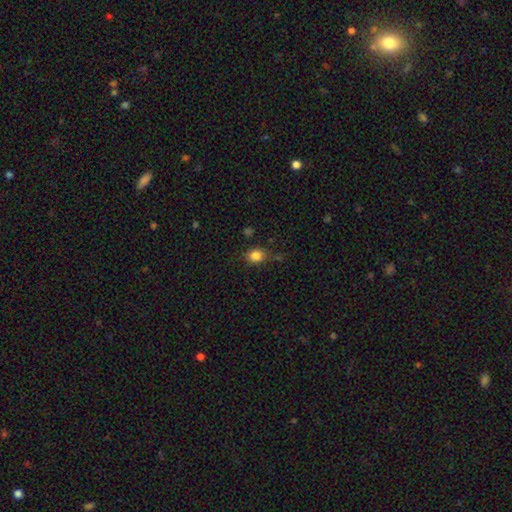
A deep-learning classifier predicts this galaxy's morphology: Overall: smooth (84%). How rounded: round (66%; in between 33%). Merging: none (74%).